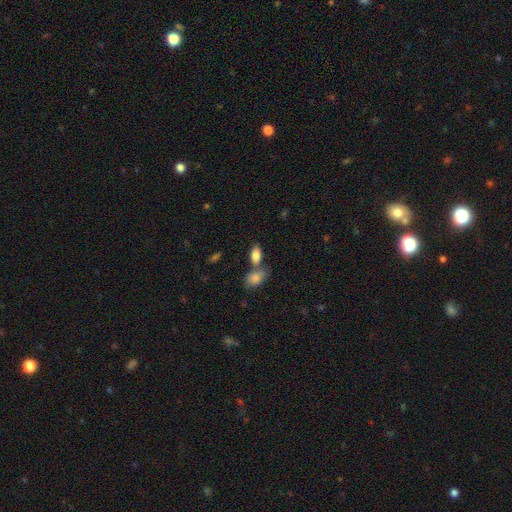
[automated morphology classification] Smooth or featured? smooth (85%)
How rounded? in between (90%)
Merging? none (52%)